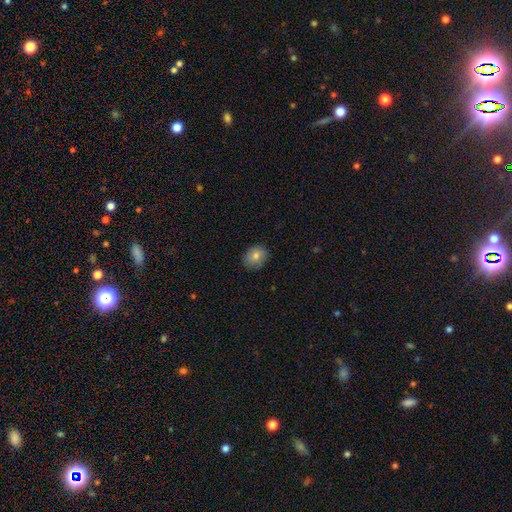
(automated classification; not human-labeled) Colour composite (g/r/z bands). It shows a smooth galaxy with no disk features (80%) that is round (56%). Merging: none (85%).